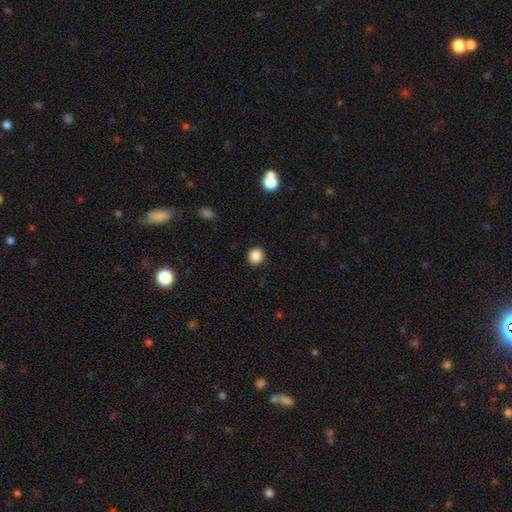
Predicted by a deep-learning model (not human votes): Smooth or featured?
  - smooth: 87% *
  - star or artifact: 10%
  - featured or disk: 3%
How rounded?
  - round: 92% *
  - in between: 8%
  - cigar-shaped: 1%
Merging?
  - none: 92% *
  - minor disturbance: 6%
  - major disturbance: 2%
  - merger: 1%